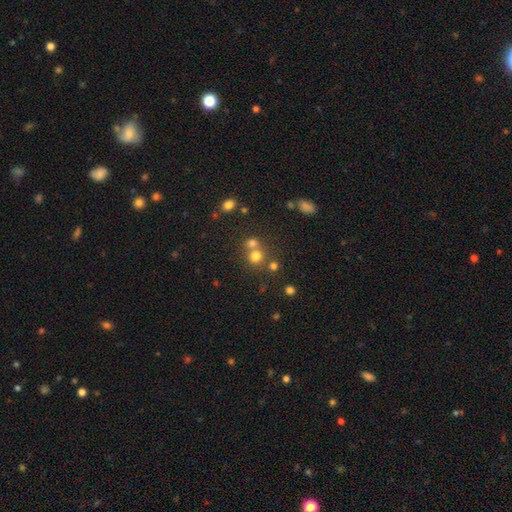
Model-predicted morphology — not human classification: Overall: smooth (71%). How rounded: round (82%). Merging: none (48%; merger 41%).